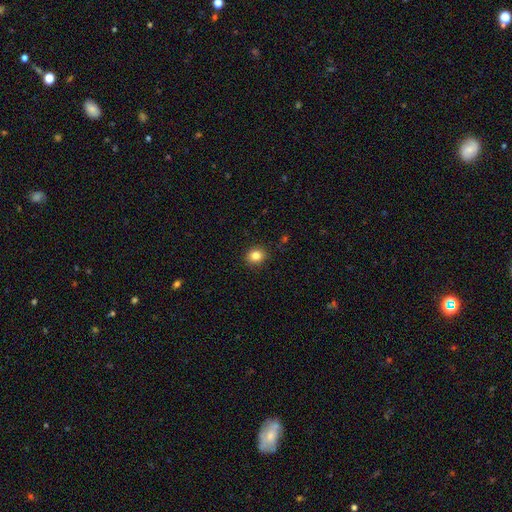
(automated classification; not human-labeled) smooth 84%, star or artifact 11%, featured or disk 6%. Down the decision tree: how rounded — round (75%); merging — none (90%).